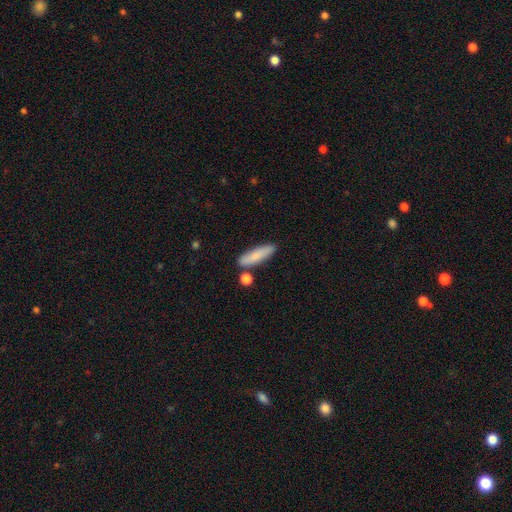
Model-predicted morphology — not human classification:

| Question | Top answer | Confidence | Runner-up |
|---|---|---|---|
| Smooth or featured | smooth | 81% | featured or disk (12%) |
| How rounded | cigar-shaped | 70% | in between (28%) |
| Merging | none | 80% | minor disturbance (11%) |